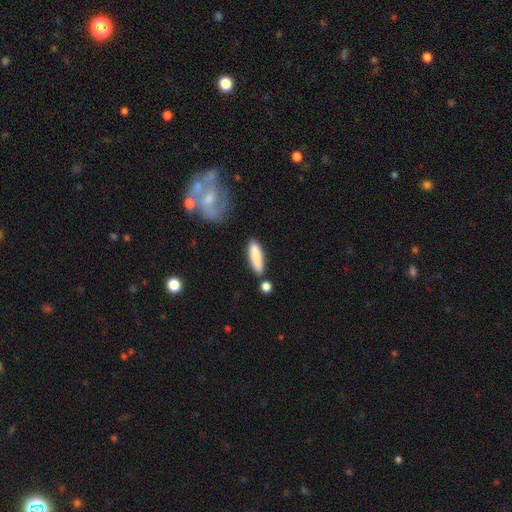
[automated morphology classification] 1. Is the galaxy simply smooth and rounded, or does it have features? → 84% smooth, 10% featured or disk, 6% star or artifact.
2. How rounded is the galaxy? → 62% cigar-shaped, 36% in between, 2% round.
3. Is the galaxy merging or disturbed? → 73% none, 15% minor disturbance, 8% merger, 4% major disturbance.